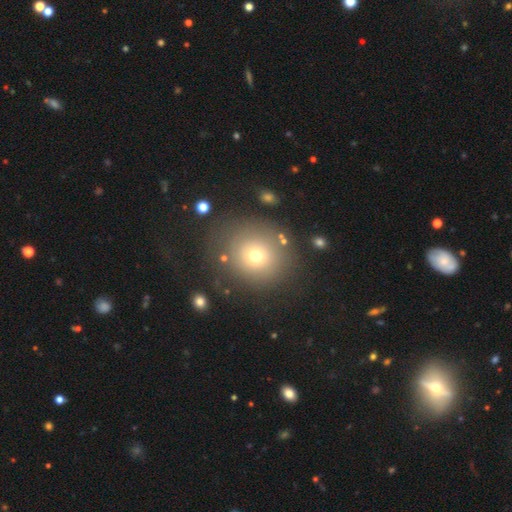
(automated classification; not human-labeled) Smooth or featured?
  - smooth: 68% *
  - featured or disk: 16%
  - star or artifact: 16%
How rounded?
  - round: 83% *
  - in between: 16%
  - cigar-shaped: 1%
Merging?
  - none: 74% *
  - minor disturbance: 13%
  - major disturbance: 9%
  - merger: 4%